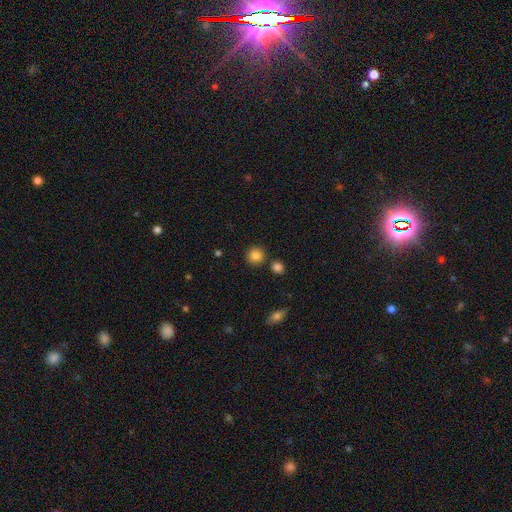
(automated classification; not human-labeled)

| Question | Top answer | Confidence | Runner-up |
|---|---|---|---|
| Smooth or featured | smooth | 85% | star or artifact (10%) |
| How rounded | round | 92% | in between (7%) |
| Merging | none | 84% | minor disturbance (7%) |